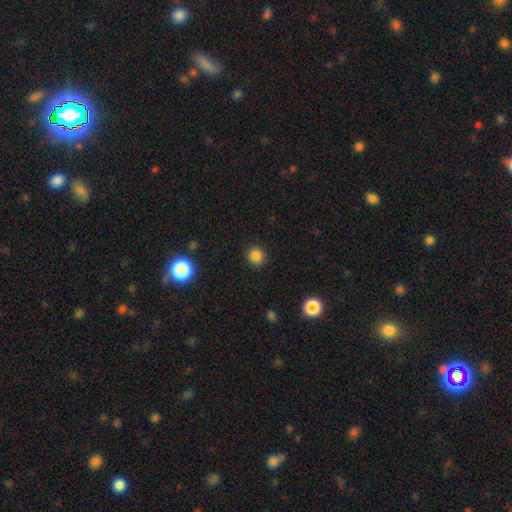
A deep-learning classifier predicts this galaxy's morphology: smooth-or-featured: smooth: 83% | star or artifact: 13% | featured or disk: 4%
  how-rounded: round: 91% | in between: 8% | cigar-shaped: 1%
  merging: none: 91% | minor disturbance: 6% | major disturbance: 2% | merger: 1%